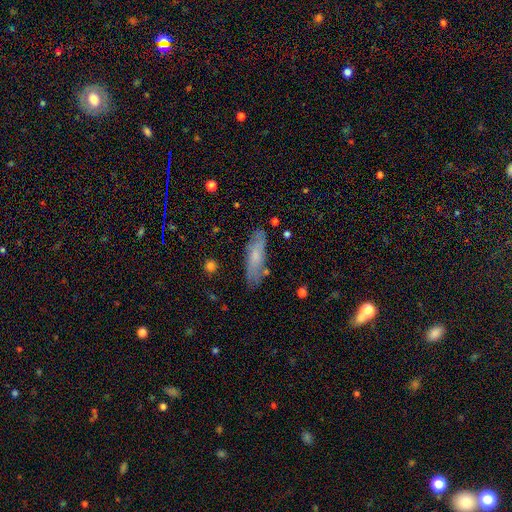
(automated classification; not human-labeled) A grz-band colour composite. It shows a smooth galaxy with no disk features (57%) that is cigar-shaped (52%). Merging: none (77%).